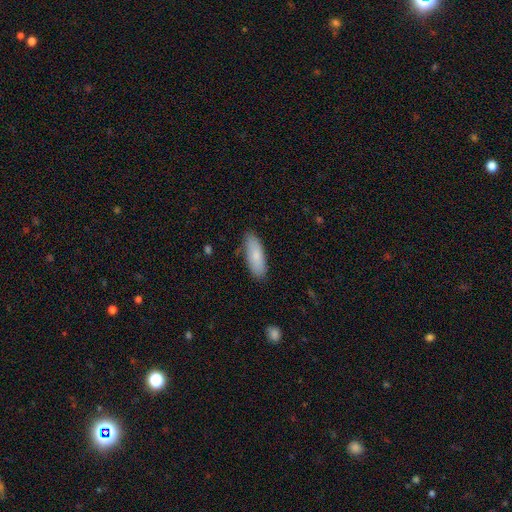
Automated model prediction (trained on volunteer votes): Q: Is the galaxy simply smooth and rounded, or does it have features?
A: smooth — 82%.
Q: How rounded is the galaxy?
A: in between — 63%.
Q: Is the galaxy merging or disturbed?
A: none — 82%.